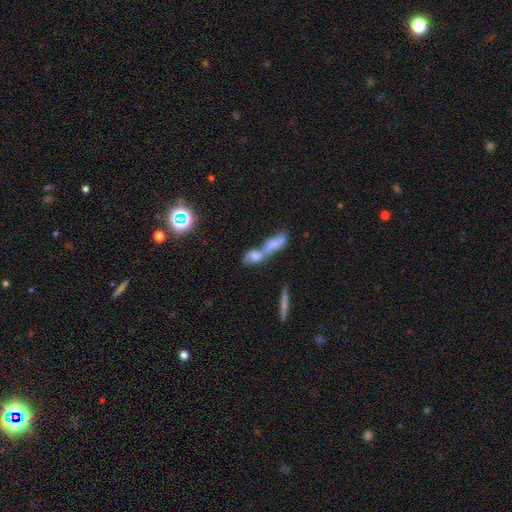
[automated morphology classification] The model was most divided on "smooth or featured": smooth: 46%, featured or disk: 31%, star or artifact: 23%. More confident: merging — merger (59%).